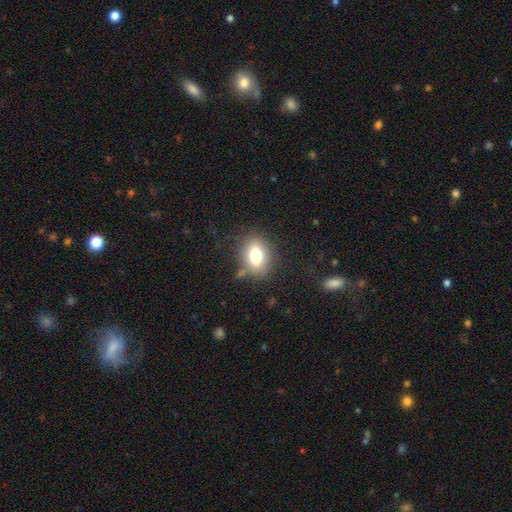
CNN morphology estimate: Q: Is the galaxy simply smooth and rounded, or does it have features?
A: smooth — 75%.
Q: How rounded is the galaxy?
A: in between — 65%.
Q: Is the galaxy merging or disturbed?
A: none — 78%.